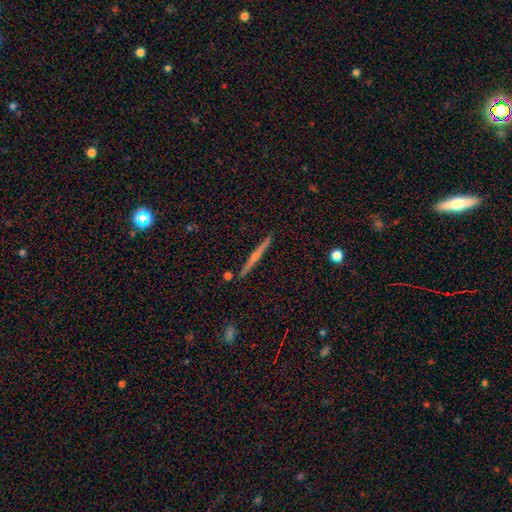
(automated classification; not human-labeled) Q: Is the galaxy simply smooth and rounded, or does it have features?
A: featured or disk — 62%.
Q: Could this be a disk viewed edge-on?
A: yes — 98%.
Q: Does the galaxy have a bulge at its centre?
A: none — 48%.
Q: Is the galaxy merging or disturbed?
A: none — 91%.